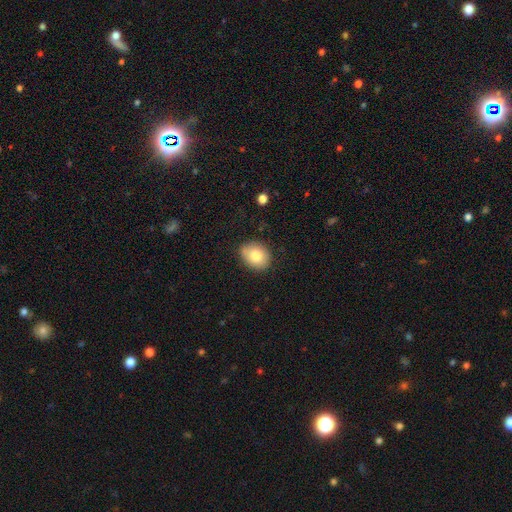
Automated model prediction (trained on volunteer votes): Smooth or featured? Predicted: smooth (p=0.79). How rounded? Predicted: in between (p=0.53). Merging? Predicted: none (p=0.79).